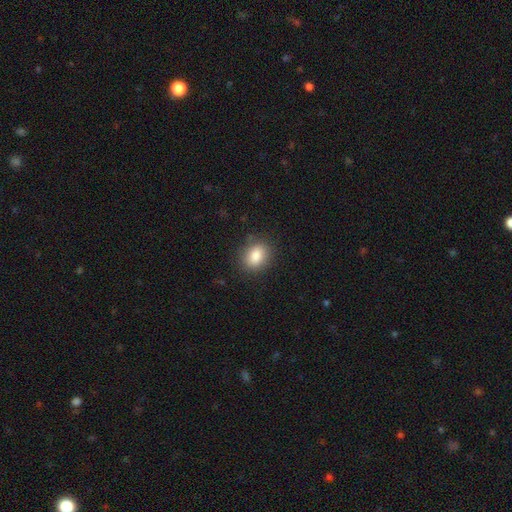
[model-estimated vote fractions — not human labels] Overall: smooth (85%). How rounded: in between (56%; round 43%). Merging: none (84%).